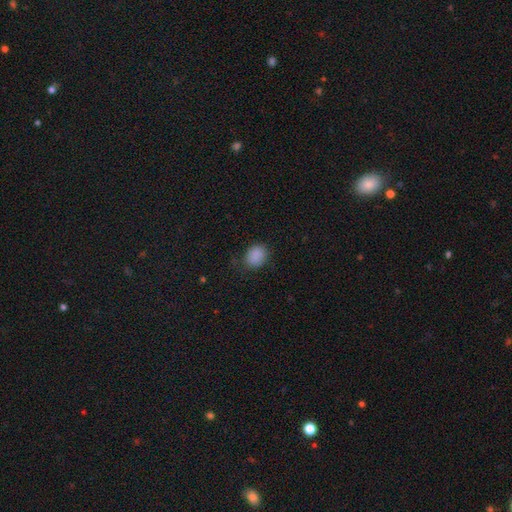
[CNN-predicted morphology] This is clearly a smooth galaxy (88%). How rounded: possibly in between (57%). Merging: likely none (74%).